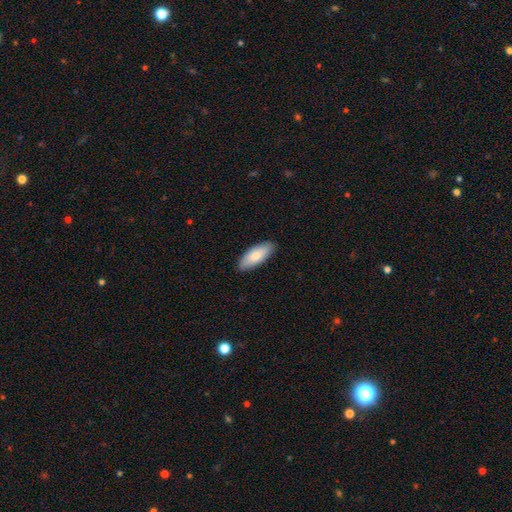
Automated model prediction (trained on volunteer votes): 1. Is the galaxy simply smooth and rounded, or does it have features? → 80% smooth, 15% featured or disk, 5% star or artifact.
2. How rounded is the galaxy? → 81% in between, 17% cigar-shaped, 2% round.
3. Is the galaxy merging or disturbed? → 88% none, 9% minor disturbance, 2% major disturbance, 1% merger.